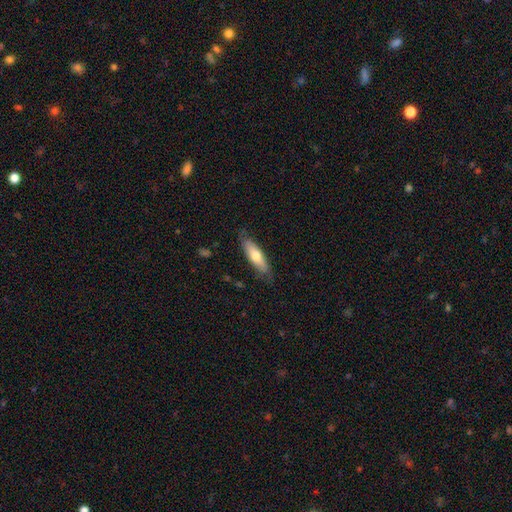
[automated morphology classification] This is likely a smooth galaxy (64%). How rounded: possibly cigar-shaped (52%). Merging: likely none (78%).